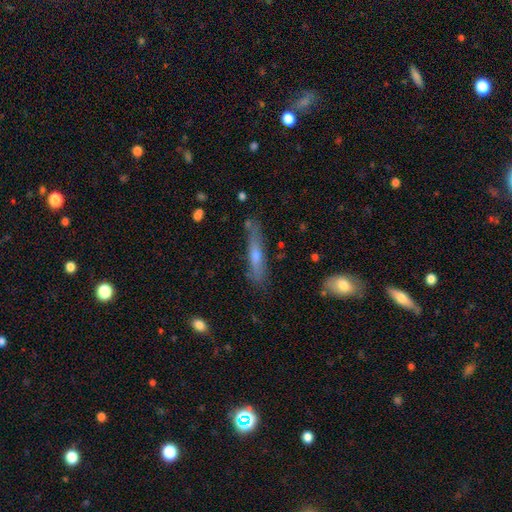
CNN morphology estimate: Smooth or featured?
  - featured or disk: 47% *
  - smooth: 46%
  - star or artifact: 8%
Merging?
  - none: 70% *
  - minor disturbance: 21%
  - major disturbance: 5%
  - merger: 4%